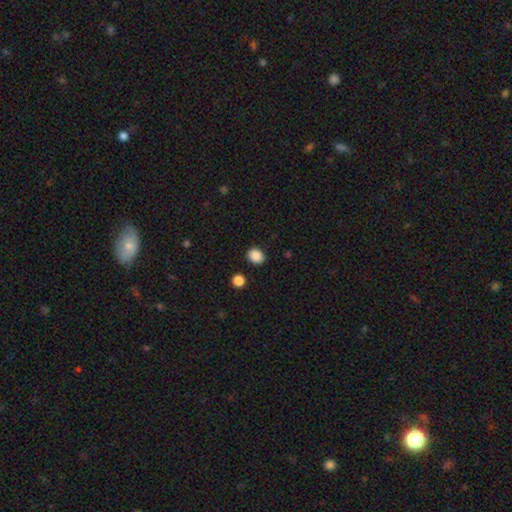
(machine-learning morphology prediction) This appears to be a smooth galaxy with no disk features (88%) that is round (55%). Merging: none (88%).